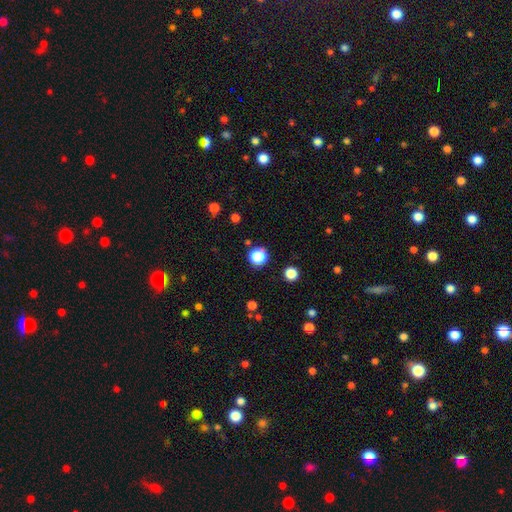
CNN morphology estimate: This appears to be a smooth galaxy with no disk features (71%) that is round (92%). Merging: none (87%).